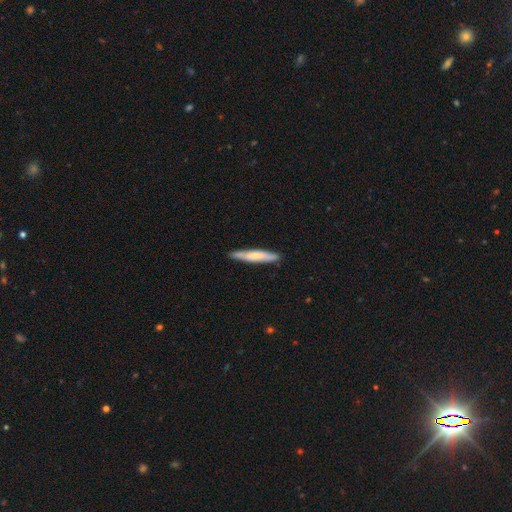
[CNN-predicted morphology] Overall: smooth (64%; featured or disk 31%). How rounded: cigar-shaped (91%). Merging: none (86%).